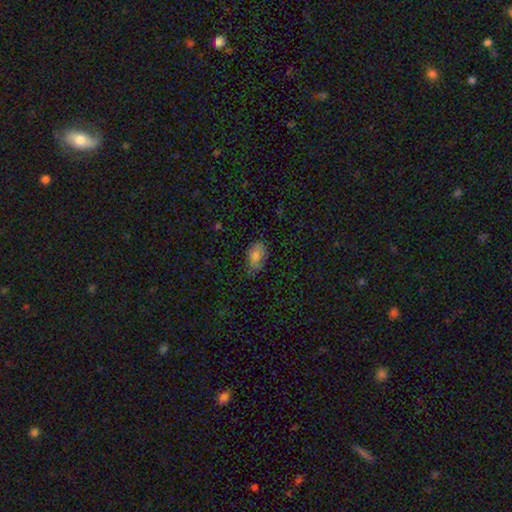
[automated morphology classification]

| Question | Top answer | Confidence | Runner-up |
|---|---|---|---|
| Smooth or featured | smooth | 75% | featured or disk (13%) |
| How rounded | in between | 89% | round (8%) |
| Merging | none | 64% | minor disturbance (28%) |